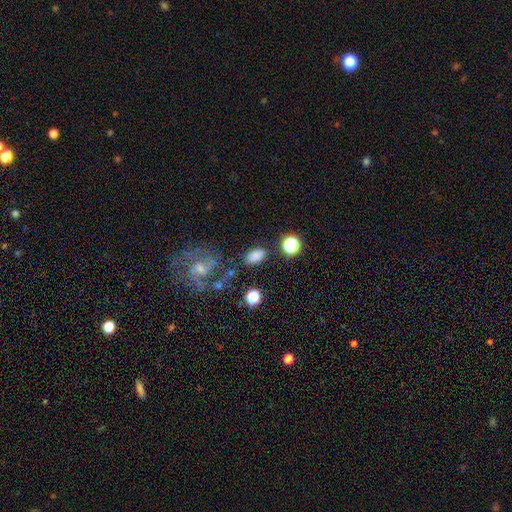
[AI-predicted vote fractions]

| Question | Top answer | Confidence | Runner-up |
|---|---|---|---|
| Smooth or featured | smooth | 79% | star or artifact (11%) |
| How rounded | in between | 87% | round (11%) |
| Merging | none | 75% | minor disturbance (14%) |